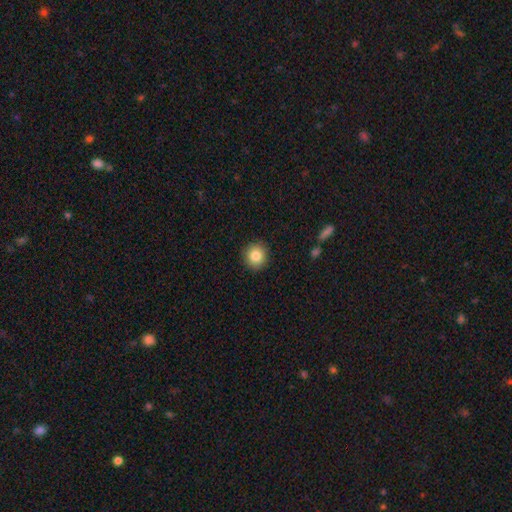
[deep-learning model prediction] Overall: smooth (84%). How rounded: round (89%). Merging: none (91%).